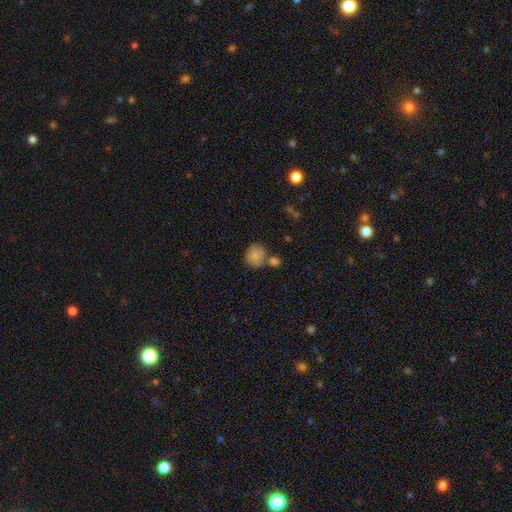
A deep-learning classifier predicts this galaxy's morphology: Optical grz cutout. It shows a smooth galaxy with no disk features (82%) that is round (75%). Merging: none (51%).